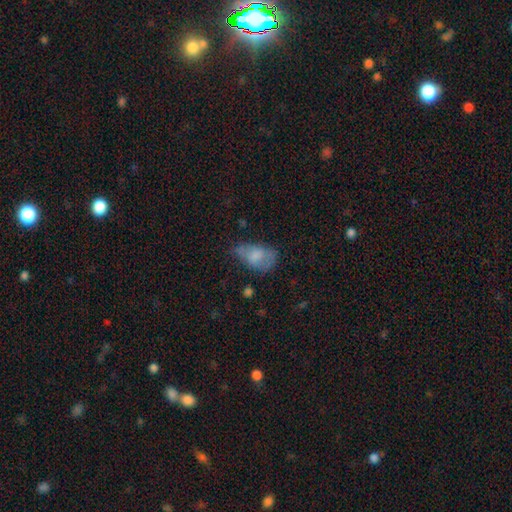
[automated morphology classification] smooth-or-featured: smooth: 69% | featured or disk: 22% | star or artifact: 10%
  how-rounded: in between: 88% | round: 10% | cigar-shaped: 2%
  merging: minor disturbance: 37% | none: 36% | major disturbance: 23% | merger: 4%